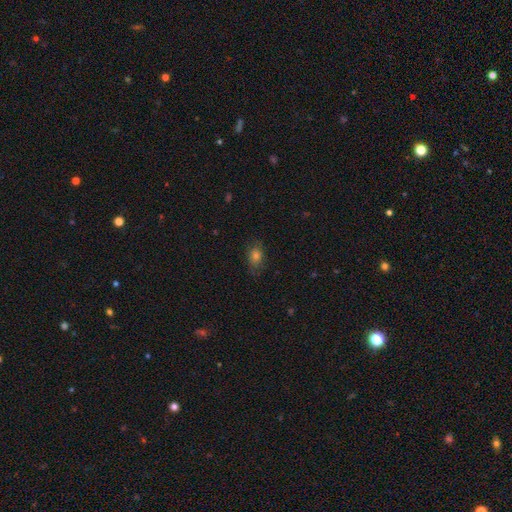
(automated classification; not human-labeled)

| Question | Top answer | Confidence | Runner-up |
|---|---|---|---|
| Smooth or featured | smooth | 70% | star or artifact (18%) |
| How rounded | in between | 68% | round (29%) |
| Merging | none | 76% | minor disturbance (17%) |